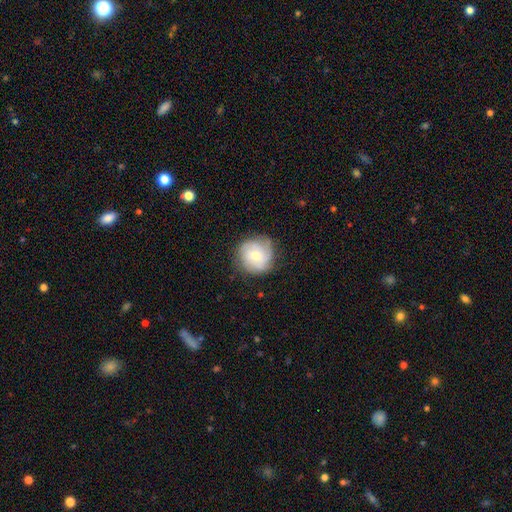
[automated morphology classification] Smooth or featured? Predicted: featured or disk (p=0.69). Edge-on disk? Predicted: no (p=0.98). Bar? Predicted: no (p=0.70). Spiral arms? Predicted: yes (p=0.93). Spiral winding? Predicted: tight (p=0.58). Spiral arm count? Predicted: 3 (p=0.36). Bulge size? Predicted: moderate (p=0.55). Merging? Predicted: none (p=0.80).